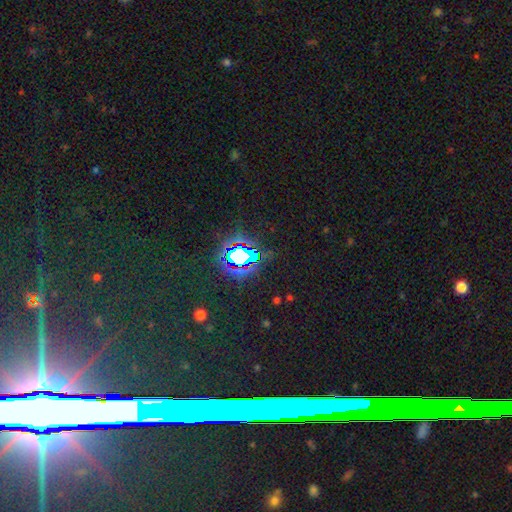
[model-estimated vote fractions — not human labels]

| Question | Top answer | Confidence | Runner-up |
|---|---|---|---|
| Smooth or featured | star or artifact | 76% | smooth (13%) |